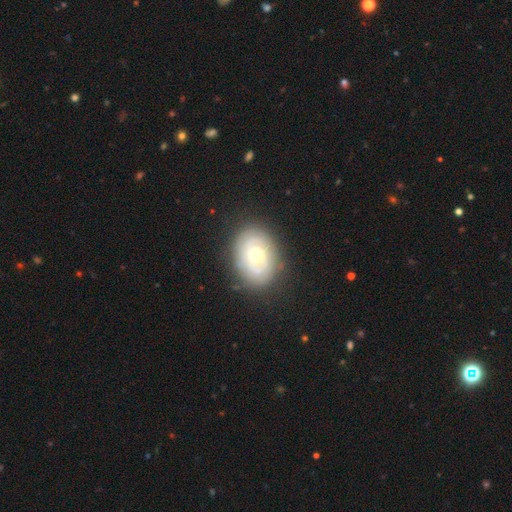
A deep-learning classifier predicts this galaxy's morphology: Smooth or featured: featured or disk — 64% (smooth — 28%)
Edge-on disk: no — 95% (yes — 5%)
Bar: no — 79% (weak — 16%)
Spiral arms: yes — 55% (no — 45%)
Bulge size: moderate — 74% (large — 15%)
Merging: none — 81% (minor disturbance — 13%)